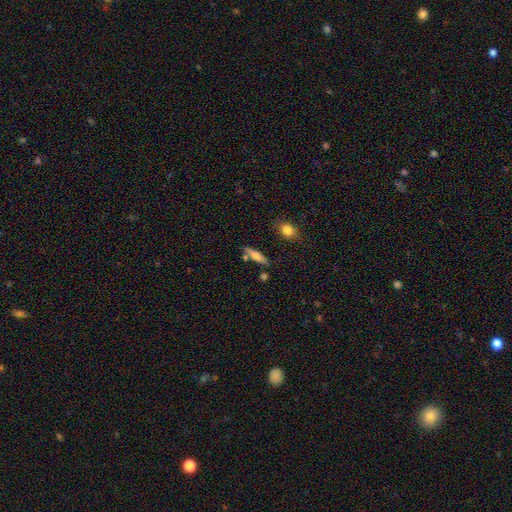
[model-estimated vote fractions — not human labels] A smooth galaxy with no disk features (61%) that is cigar-shaped (72%). Merging: none (75%).